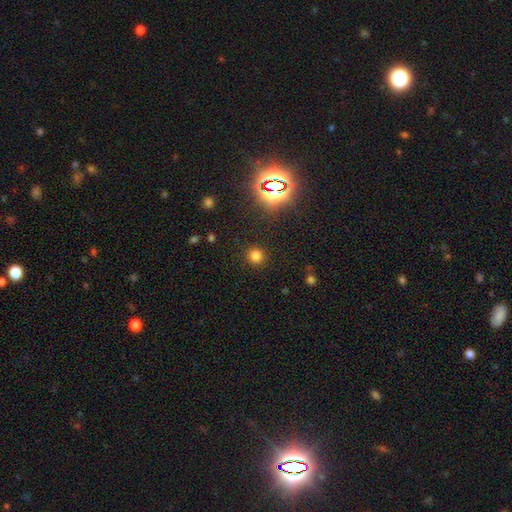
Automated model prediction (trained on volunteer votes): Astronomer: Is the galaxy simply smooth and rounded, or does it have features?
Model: smooth — 76%.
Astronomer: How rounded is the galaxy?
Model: round — 92%.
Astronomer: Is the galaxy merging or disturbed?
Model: none — 90%.